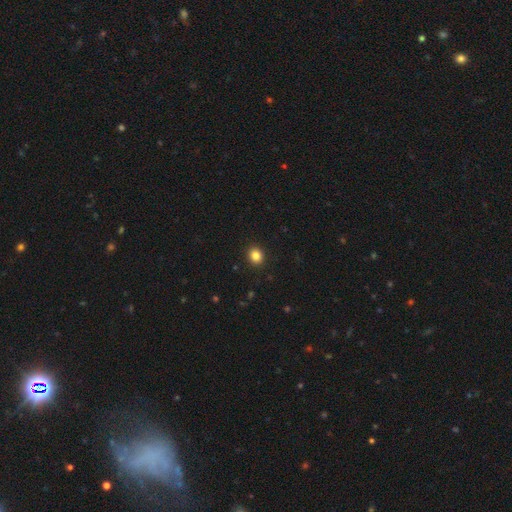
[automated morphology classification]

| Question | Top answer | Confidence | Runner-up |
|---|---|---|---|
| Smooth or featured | smooth | 85% | star or artifact (11%) |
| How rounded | round | 70% | in between (30%) |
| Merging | none | 92% | minor disturbance (5%) |